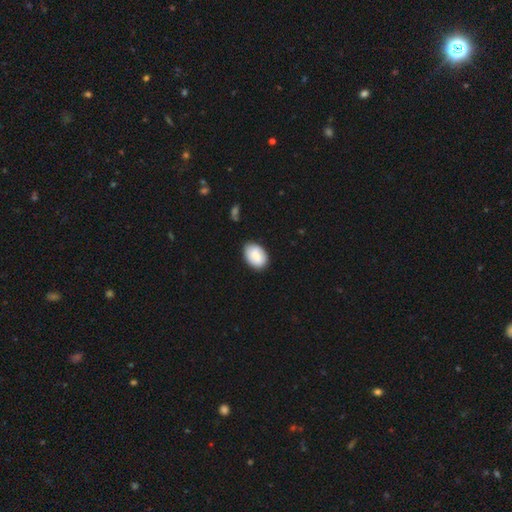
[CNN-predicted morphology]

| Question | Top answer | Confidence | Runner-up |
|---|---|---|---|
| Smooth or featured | smooth | 81% | featured or disk (13%) |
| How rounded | in between | 83% | round (16%) |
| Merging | none | 80% | minor disturbance (16%) |